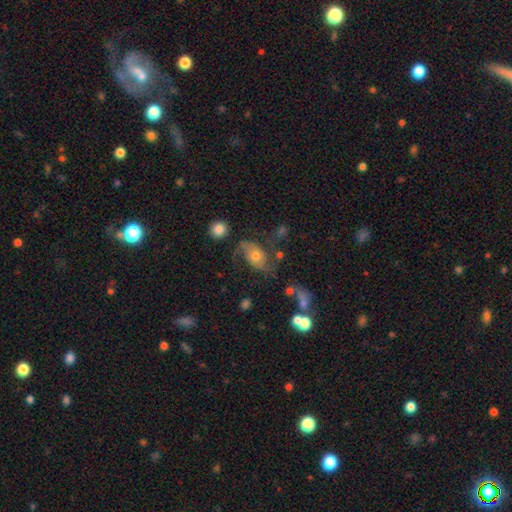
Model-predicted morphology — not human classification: smooth-or-featured: featured or disk: 63% | smooth: 27% | star or artifact: 10%
  disk-edge-on: no: 96% | yes: 4%
    bar: no: 74% | weak: 21% | strong: 6%
    has-spiral-arms: yes: 87% | no: 13%
      spiral-winding: loose: 55% | medium: 33% | tight: 11%
      spiral-arm-count: 2: 80% | 1: 10% | can't tell: 6% | 3: 2% | 4: 1% | more than 4: 1%
    bulge-size: moderate: 61% | small: 26% | large: 9% | none: 2% | dominant: 2%
  merging: none: 51% | major disturbance: 22% | minor disturbance: 22% | merger: 5%